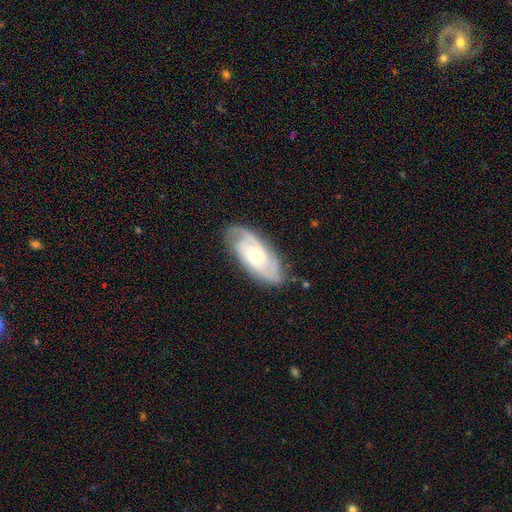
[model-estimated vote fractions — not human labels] smooth_or_featured: featured or disk (p=0.81) [alt: smooth p=0.14]
disk_edge_on: no (p=0.93) [alt: yes p=0.07]
bar: no (p=0.72) [alt: weak p=0.22]
has_spiral_arms: yes (p=0.94) [alt: no p=0.06]
spiral_winding: tight (p=0.55) [alt: medium p=0.36]
spiral_arm_count: 2 (p=0.53) [alt: can't tell p=0.19]
bulge_size: small (p=0.51) [alt: moderate p=0.46]
merging: none (p=0.79) [alt: minor disturbance p=0.16]